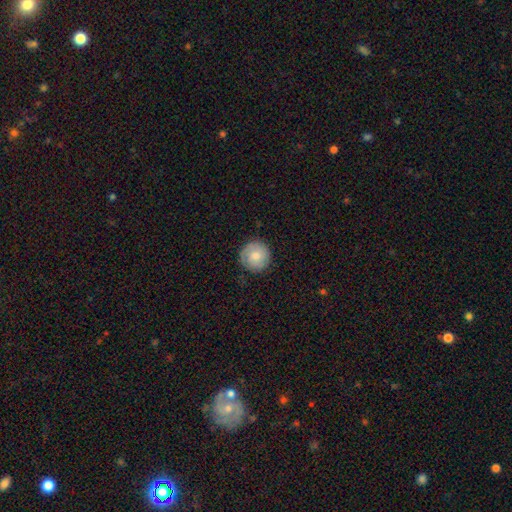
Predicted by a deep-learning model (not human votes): A smooth galaxy with no disk features (55%) that is round (94%).

Vote fractions:
- Smooth or featured? smooth: 55% / featured or disk: 38% / star or artifact: 7%
- How rounded? round: 94% / in between: 5% / cigar-shaped: 1%
- Merging? none: 84% / minor disturbance: 11% / major disturbance: 3% / merger: 1%